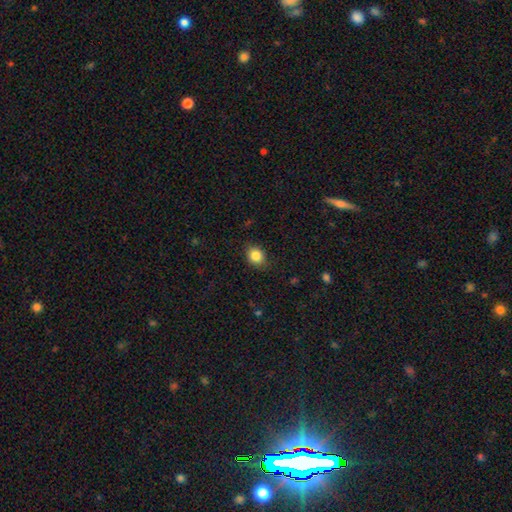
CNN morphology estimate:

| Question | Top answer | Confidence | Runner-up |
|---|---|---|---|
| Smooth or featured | smooth | 85% | star or artifact (9%) |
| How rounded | round | 56% | in between (43%) |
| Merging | none | 84% | minor disturbance (12%) |